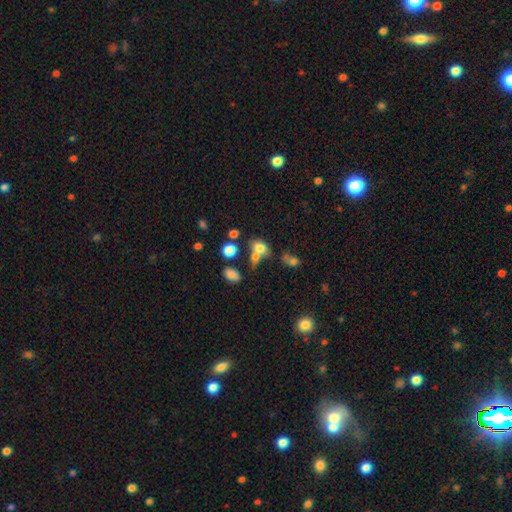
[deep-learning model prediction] This appears to be a smooth galaxy with no disk features (73%) that is in between round and cigar-shaped (70%). Merging: merger (44%).